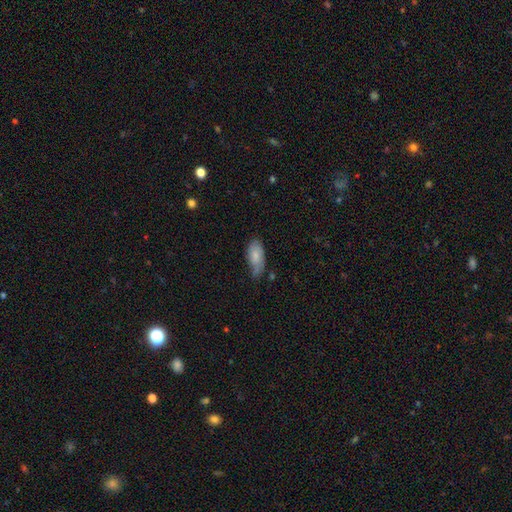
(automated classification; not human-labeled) smooth 76%, featured or disk 18%, star or artifact 6%. Down the decision tree: how rounded — in between (92%); merging — none (44%).